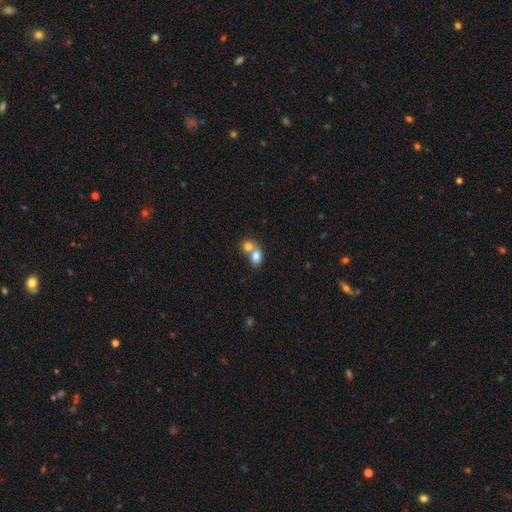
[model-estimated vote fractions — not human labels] Smooth or featured? smooth (77%)
How rounded? in between (56%)
Merging? merger (69%)